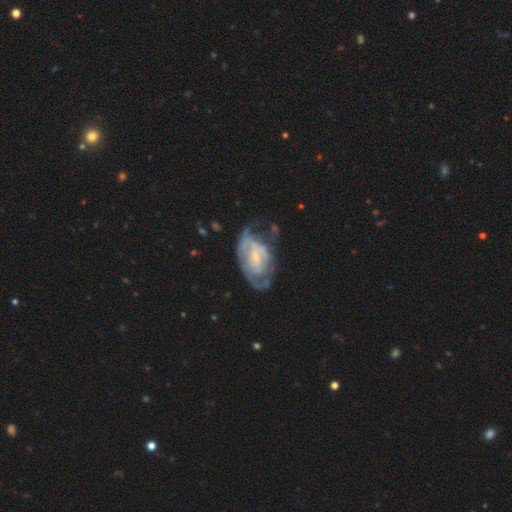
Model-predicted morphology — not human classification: smooth-or-featured: featured or disk: 76% | smooth: 18% | star or artifact: 6%
  disk-edge-on: no: 96% | yes: 4%
    bar: no: 51% | weak: 38% | strong: 11%
    has-spiral-arms: yes: 74% | no: 26%
      spiral-winding: tight: 48% | medium: 36% | loose: 16%
      spiral-arm-count: can't tell: 48% | 2: 31% | 3: 8% | 1: 6% | 4: 3% | more than 4: 3%
    bulge-size: small: 72% | moderate: 19% | none: 5% | large: 2% | dominant: 1%
  merging: none: 43% | major disturbance: 28% | minor disturbance: 26% | merger: 3%